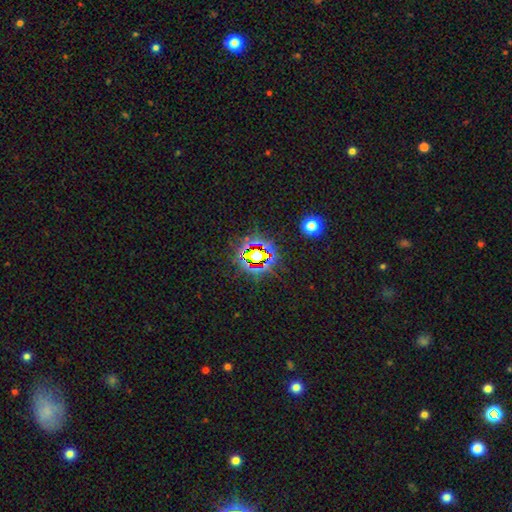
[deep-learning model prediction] Q: Smooth or featured?
A: star or artifact (77%); runner-up: smooth (13%)